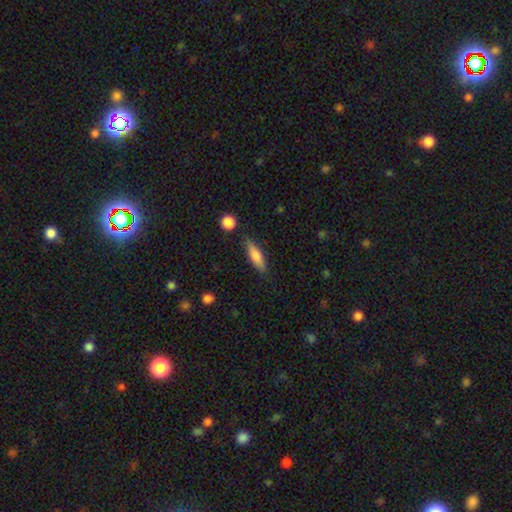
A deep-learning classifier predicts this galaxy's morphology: smooth_or_featured: smooth (p=0.76) [alt: featured or disk p=0.17]
how_rounded: cigar-shaped (p=0.57) [alt: in between p=0.40]
merging: none (p=0.81) [alt: minor disturbance p=0.13]